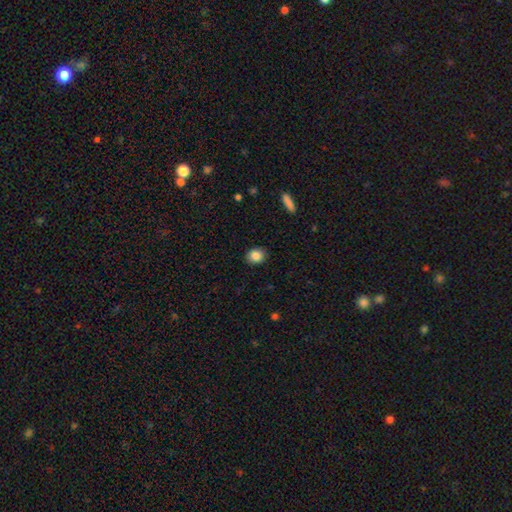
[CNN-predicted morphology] Smooth or featured? smooth (86%)
How rounded? round (64%)
Merging? none (89%)